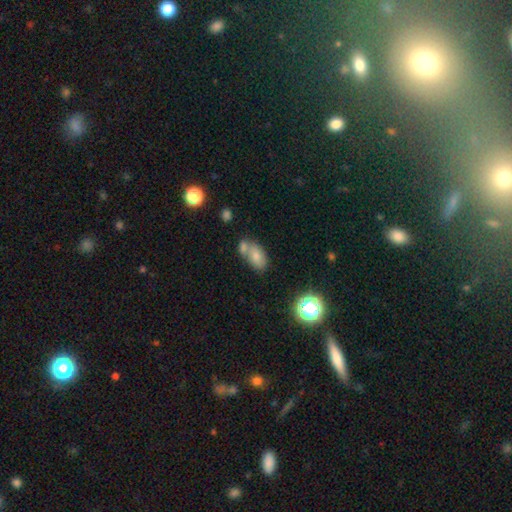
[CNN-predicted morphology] A smooth galaxy with no disk features (75%) that is in between round and cigar-shaped (90%).

Vote fractions:
- Smooth or featured? smooth: 75% / featured or disk: 15% / star or artifact: 11%
- How rounded? in between: 90% / round: 8% / cigar-shaped: 2%
- Merging? merger: 46% / none: 36% / minor disturbance: 13% / major disturbance: 5%